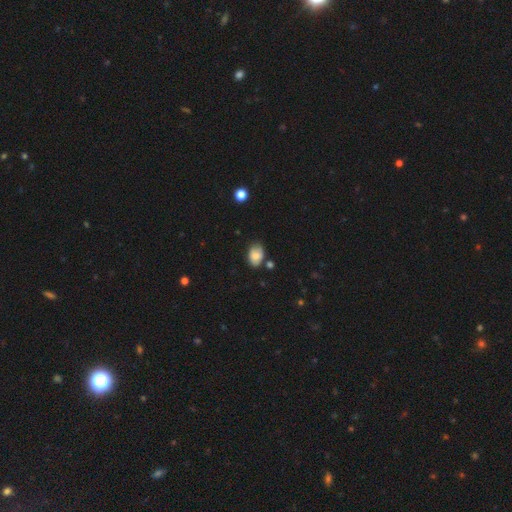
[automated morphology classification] This appears to be a smooth galaxy with no disk features (75%) that is in between round and cigar-shaped (83%). Merging: none (63%).